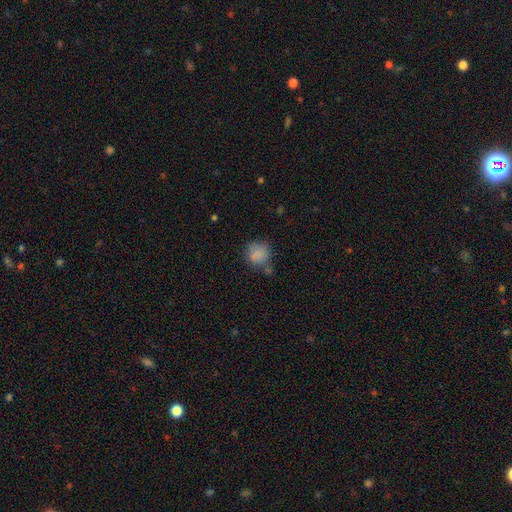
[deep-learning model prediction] Smooth or featured? Predicted: smooth (p=0.81). How rounded? Predicted: round (p=0.80). Merging? Predicted: none (p=0.61).